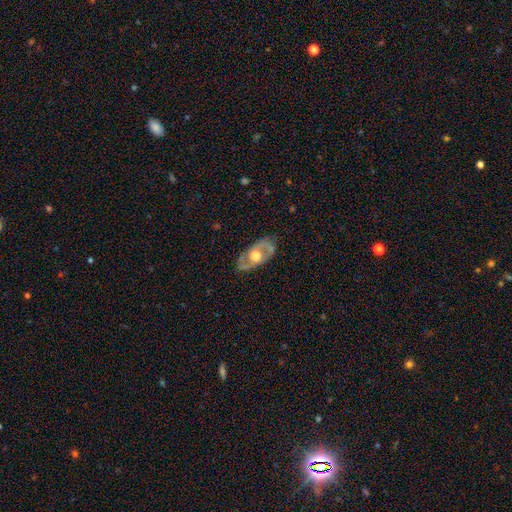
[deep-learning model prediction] A featured or disk galaxy (71%) with no bar (74%), spiral arms (52%) and a moderate central bulge (55%).

Vote fractions:
- Smooth or featured? featured or disk: 71% / smooth: 24% / star or artifact: 5%
- Edge-on disk? no: 86% / yes: 14%
- Bar? no: 74% / weak: 21% / strong: 6%
- Spiral arms? yes: 52% / no: 48%
- Bulge size? moderate: 55% / large: 37% / small: 5% / dominant: 2% / none: 1%
- Merging? none: 77% / minor disturbance: 16% / major disturbance: 5% / merger: 1%